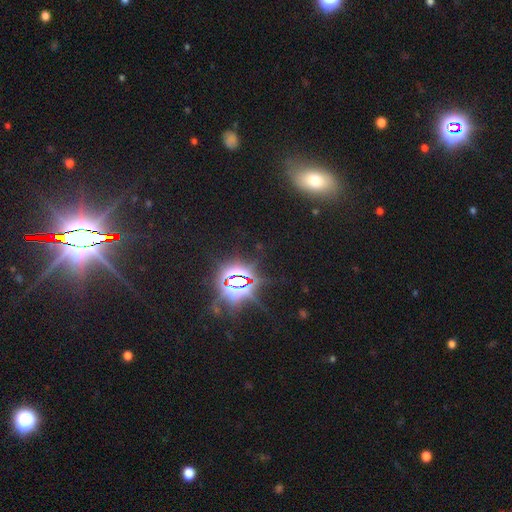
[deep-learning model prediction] Overall: star or artifact (60%; smooth 22%).